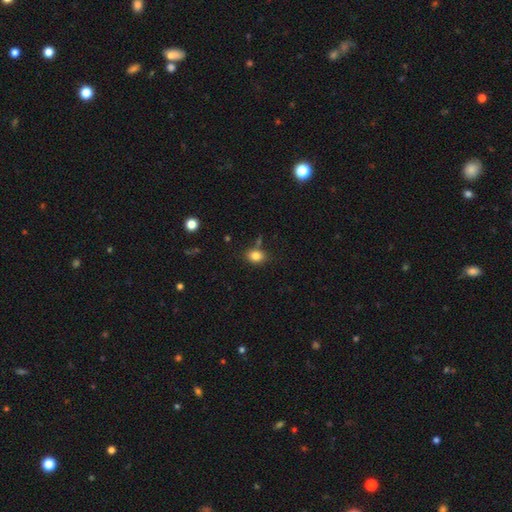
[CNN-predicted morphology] type=smooth (83%); roundness=in between (60%); merging=none (76%).